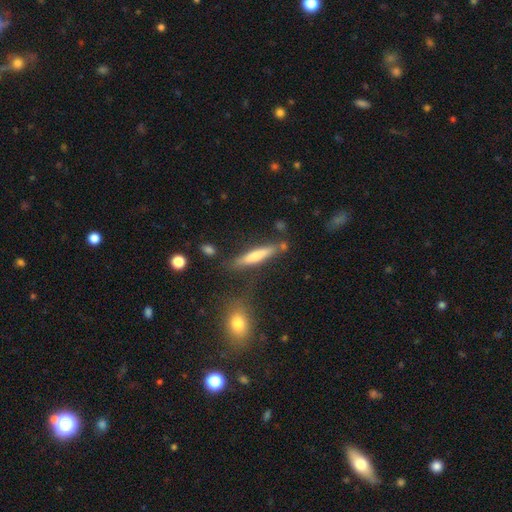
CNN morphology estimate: Q: Smooth or featured?
A: smooth (60%); runner-up: featured or disk (33%)
Q: How rounded?
A: cigar-shaped (88%); runner-up: in between (10%)
Q: Merging?
A: none (74%); runner-up: minor disturbance (14%)